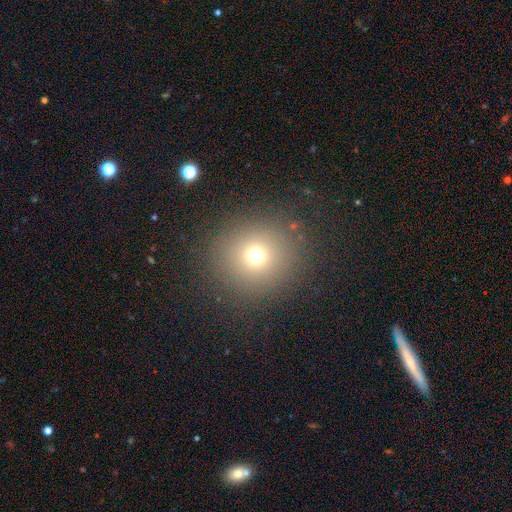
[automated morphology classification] Smooth or featured?
  - smooth: 70% *
  - star or artifact: 20%
  - featured or disk: 10%
How rounded?
  - round: 91% *
  - in between: 8%
  - cigar-shaped: 1%
Merging?
  - none: 87% *
  - minor disturbance: 7%
  - major disturbance: 4%
  - merger: 1%